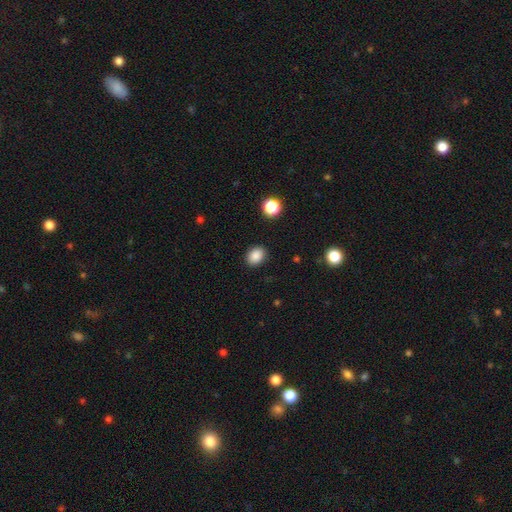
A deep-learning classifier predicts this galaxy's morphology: type=smooth (88%); roundness=in between (62%); merging=none (89%).